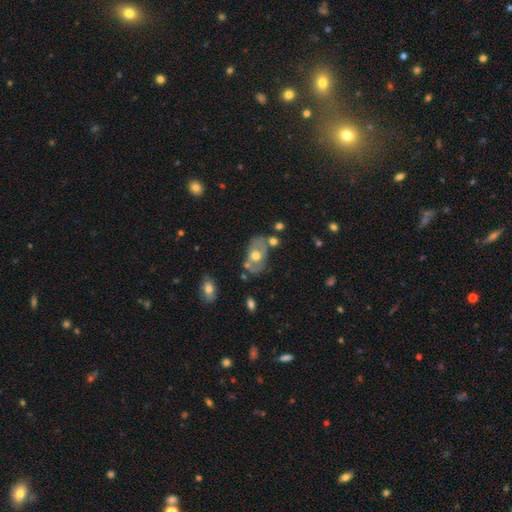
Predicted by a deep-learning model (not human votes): This is possibly a featured or disk galaxy (51%). It is clearly not viewed edge-on (91%). Merging: possibly none (55%).